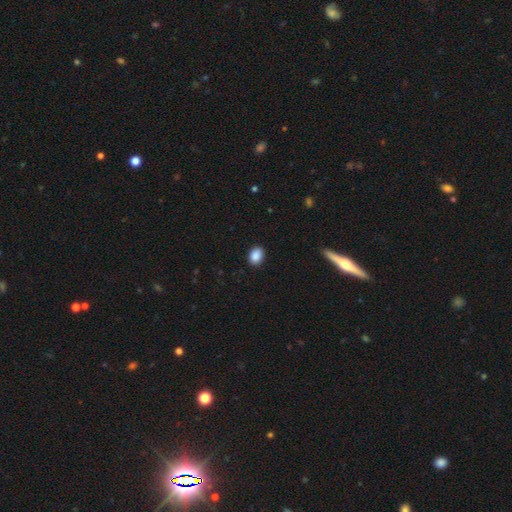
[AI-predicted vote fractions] This is clearly a smooth galaxy (89%). How rounded: likely in between (66%). Merging: clearly none (90%).